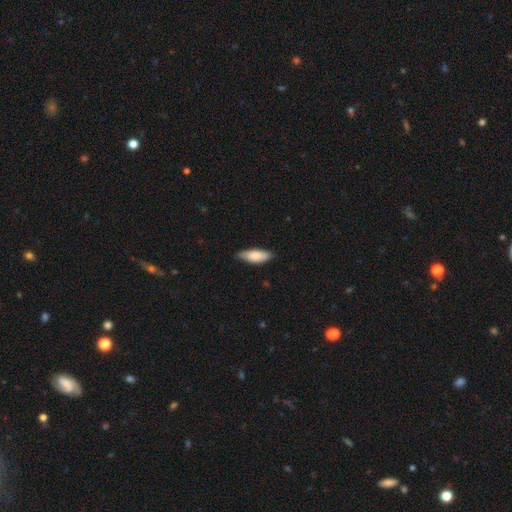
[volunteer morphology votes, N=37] A smooth galaxy with no disk features (81%) that is in between round and cigar-shaped (83%). Merging: none (83%).